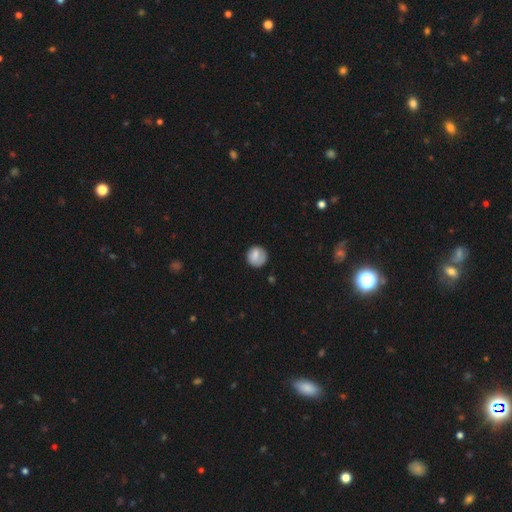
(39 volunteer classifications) Overall: smooth (82%). How rounded: round (97%). Merging: none (72%).